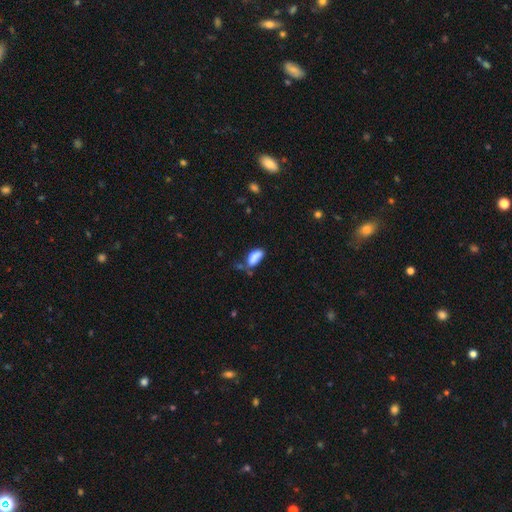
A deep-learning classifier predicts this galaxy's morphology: type=smooth (83%); roundness=in between (85%); merging=none (44%).